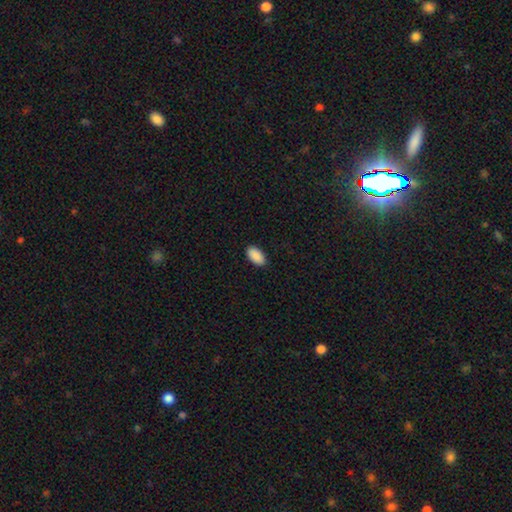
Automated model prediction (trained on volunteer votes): smooth-or-featured: smooth: 91% | star or artifact: 6% | featured or disk: 3%
  how-rounded: in between: 95% | round: 3% | cigar-shaped: 2%
  merging: none: 89% | minor disturbance: 8% | major disturbance: 2% | merger: 1%